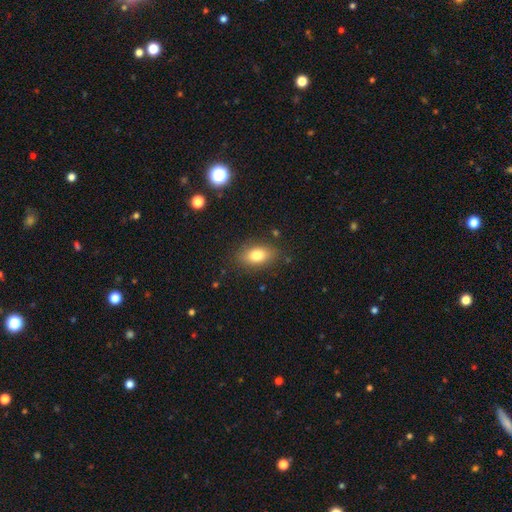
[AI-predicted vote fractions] smooth-or-featured: smooth: 80% | featured or disk: 12% | star or artifact: 9%
  how-rounded: in between: 86% | round: 10% | cigar-shaped: 4%
  merging: none: 83% | minor disturbance: 12% | major disturbance: 3% | merger: 2%